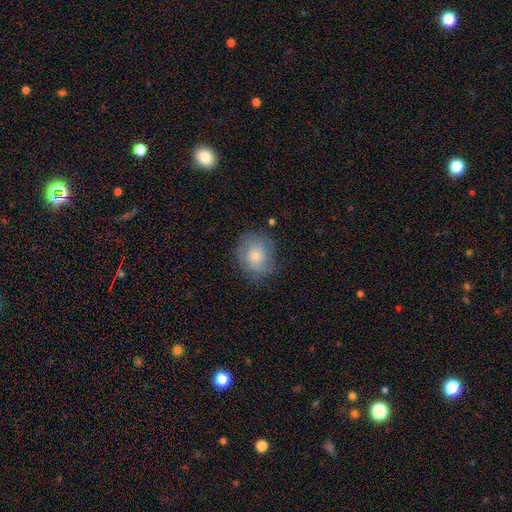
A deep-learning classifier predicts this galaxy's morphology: A smooth galaxy with no disk features (59%) that is round (65%).

Vote fractions:
- Smooth or featured? smooth: 59% / featured or disk: 33% / star or artifact: 8%
- How rounded? round: 65% / in between: 34% / cigar-shaped: 1%
- Merging? none: 71% / minor disturbance: 20% / major disturbance: 8% / merger: 1%